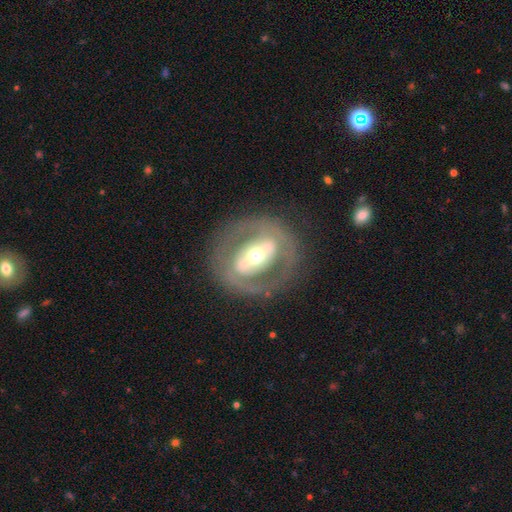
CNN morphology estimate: Q: Smooth or featured?
A: featured or disk (73%); runner-up: smooth (21%)
Q: Edge-on disk?
A: no (90%); runner-up: yes (10%)
Q: Bar?
A: strong (55%); runner-up: no (23%)
Q: Spiral arms?
A: no (70%); runner-up: yes (30%)
Q: Bulge size?
A: moderate (60%); runner-up: small (25%)
Q: Merging?
A: none (76%); runner-up: minor disturbance (12%)